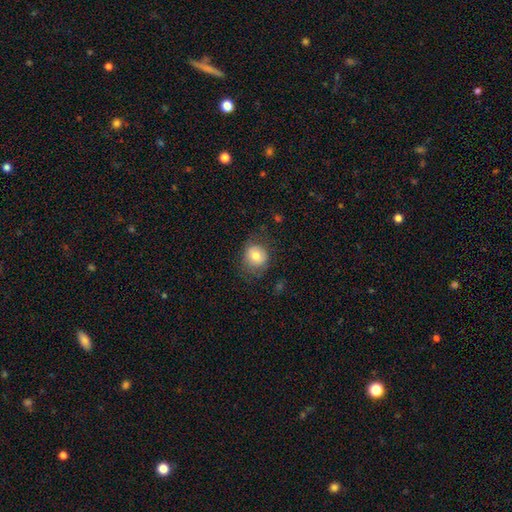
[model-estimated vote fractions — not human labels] A smooth galaxy with no disk features (75%) that is round (77%).

Vote fractions:
- Smooth or featured? smooth: 75% / featured or disk: 16% / star or artifact: 9%
- How rounded? round: 77% / in between: 22% / cigar-shaped: 1%
- Merging? none: 69% / minor disturbance: 20% / major disturbance: 10% / merger: 1%